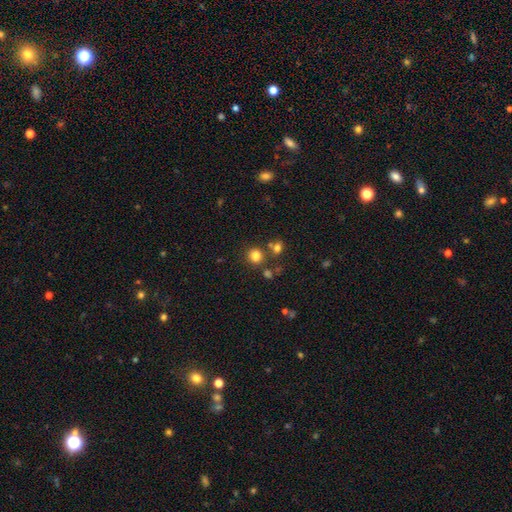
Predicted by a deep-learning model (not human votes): Smooth or featured? smooth (80%)
How rounded? round (82%)
Merging? none (73%)